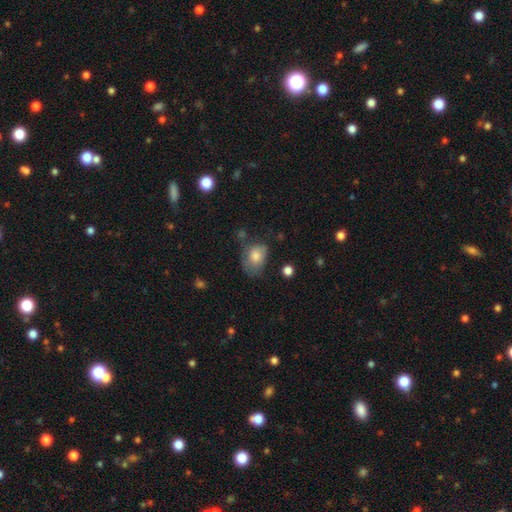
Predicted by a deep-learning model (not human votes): This appears to be a smooth galaxy with no disk features (74%) that is in between round and cigar-shaped (69%). Merging: none (45%).